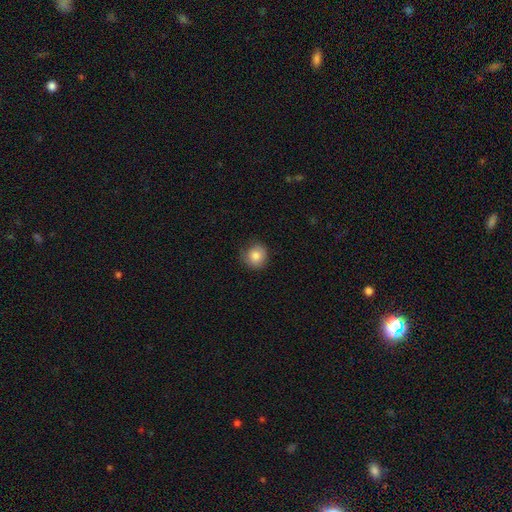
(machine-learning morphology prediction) Smooth or featured? Predicted: smooth (p=0.84). How rounded? Predicted: round (p=0.88). Merging? Predicted: none (p=0.76).